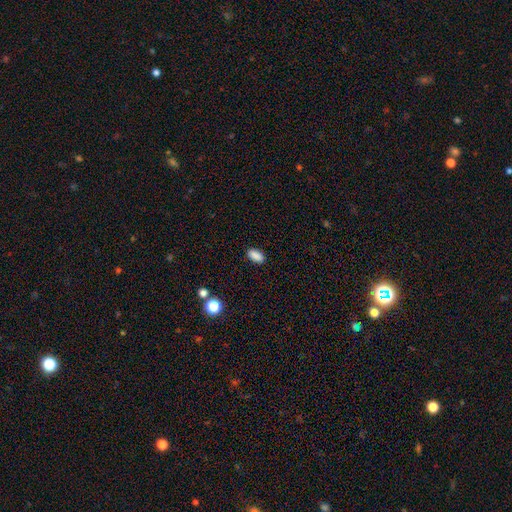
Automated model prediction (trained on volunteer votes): A smooth galaxy with no disk features (88%) that is in between round and cigar-shaped (91%). Merging: none (88%).